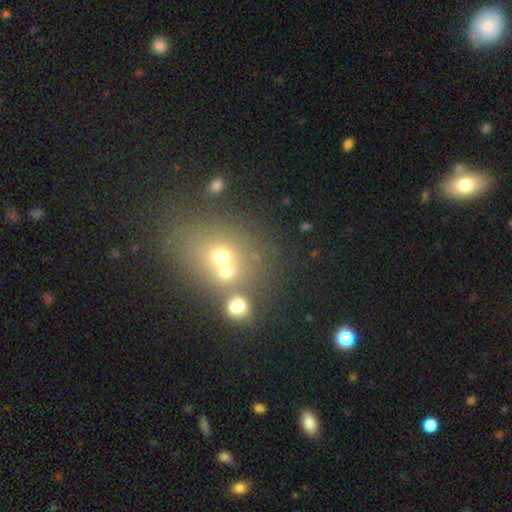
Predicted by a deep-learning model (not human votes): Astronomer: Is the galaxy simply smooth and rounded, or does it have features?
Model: smooth — 51% (runner-up: star or artifact, 26%).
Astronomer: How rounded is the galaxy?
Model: round — 62%.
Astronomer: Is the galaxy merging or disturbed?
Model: none — 47% (runner-up: merger, 38%).